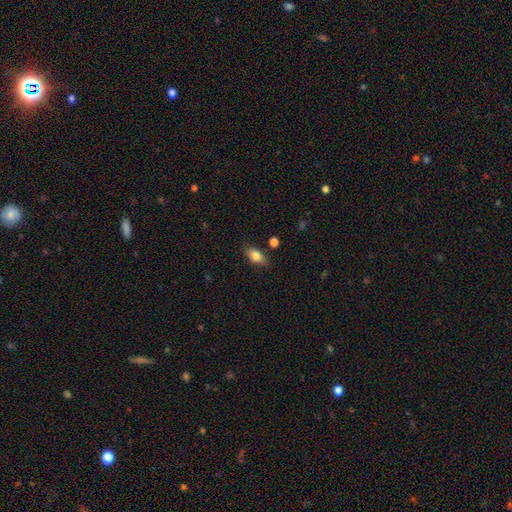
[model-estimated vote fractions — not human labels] This is clearly a smooth galaxy (81%). How rounded: clearly in between (85%). Merging: clearly none (80%).